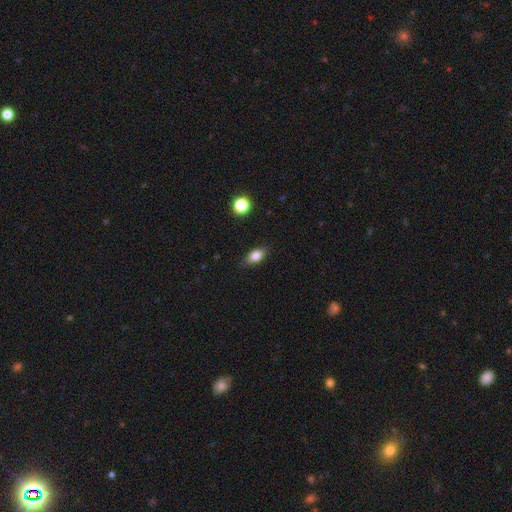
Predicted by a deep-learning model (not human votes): Q: Smooth or featured?
A: smooth (81%); runner-up: featured or disk (10%)
Q: How rounded?
A: in between (83%); runner-up: round (10%)
Q: Merging?
A: none (84%); runner-up: minor disturbance (12%)